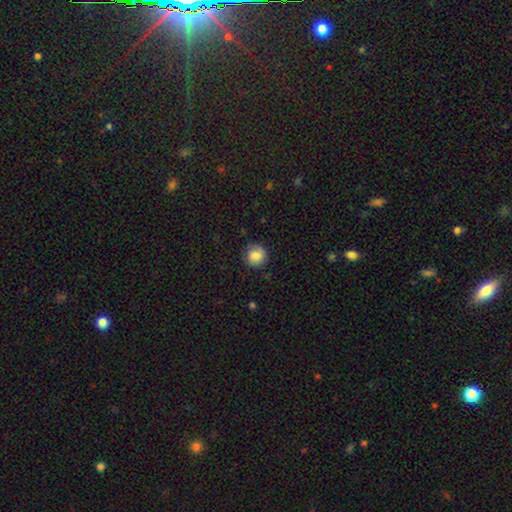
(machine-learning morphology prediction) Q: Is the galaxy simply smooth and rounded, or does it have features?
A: smooth — 79%.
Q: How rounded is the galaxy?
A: round — 89%.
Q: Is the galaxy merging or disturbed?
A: none — 77%.